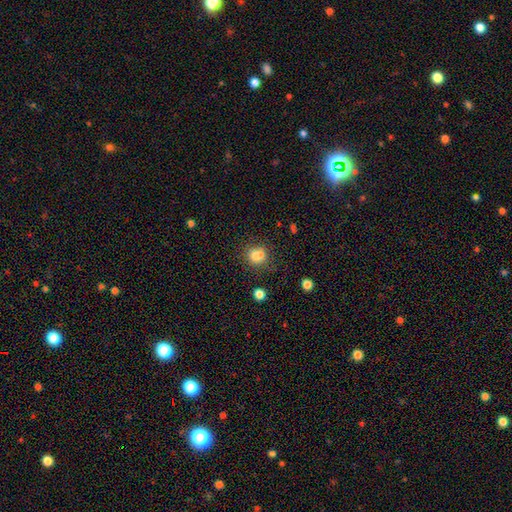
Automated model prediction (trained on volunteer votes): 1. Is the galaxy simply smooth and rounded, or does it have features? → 80% smooth, 12% star or artifact, 8% featured or disk.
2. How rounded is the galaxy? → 69% round, 30% in between, 1% cigar-shaped.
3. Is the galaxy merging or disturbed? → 63% none, 16% merger, 16% minor disturbance, 5% major disturbance.